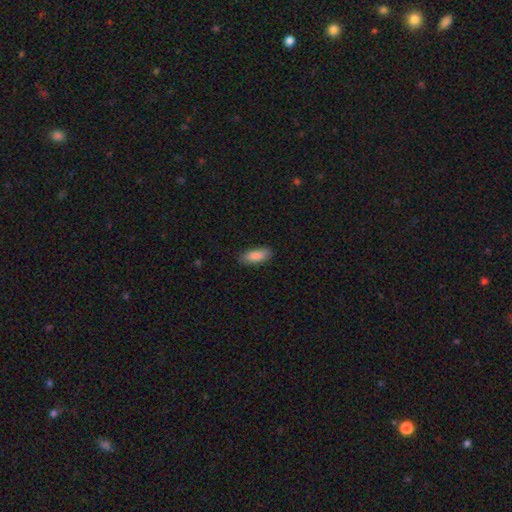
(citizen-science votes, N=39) Overall: smooth (82%). How rounded: in between (94%). Merging: none (94%).